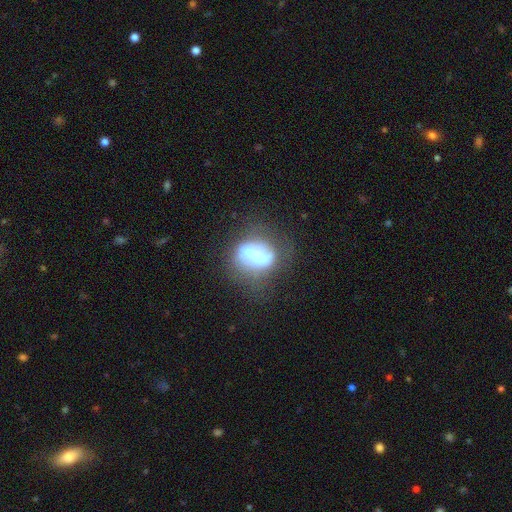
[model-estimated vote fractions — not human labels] This is possibly a featured or disk galaxy (46%). Merging: possibly none (47%).